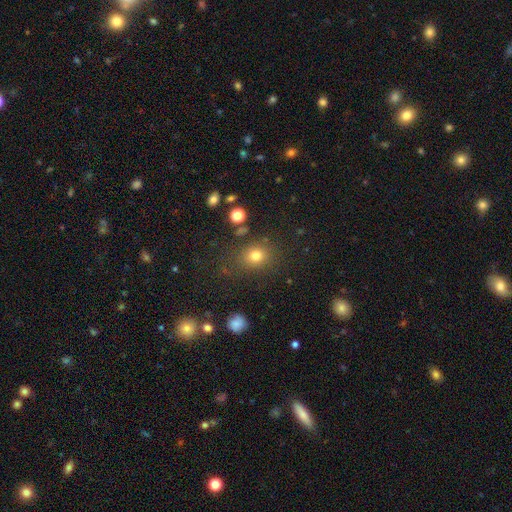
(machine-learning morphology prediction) smooth 76%, star or artifact 16%, featured or disk 8%. Down the decision tree: how rounded — round (65%); merging — none (77%).